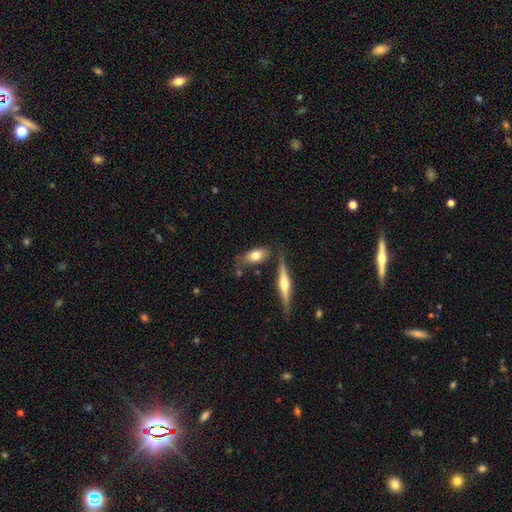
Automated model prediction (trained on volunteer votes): This appears to be a smooth galaxy with no disk features (65%) that is in between round and cigar-shaped (83%). Merging: none (67%).